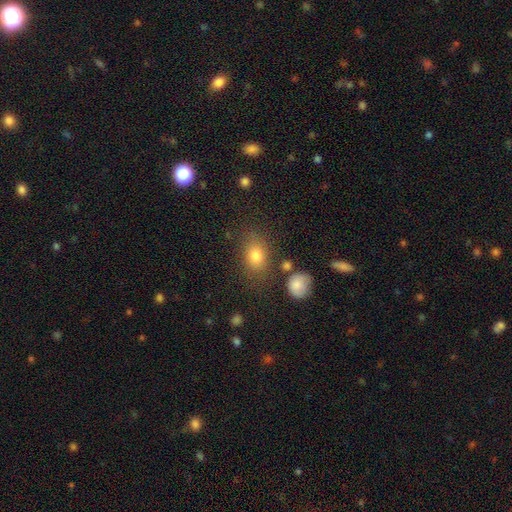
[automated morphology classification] A smooth galaxy with no disk features (78%) that is in between round and cigar-shaped (70%).

Vote fractions:
- Smooth or featured? smooth: 78% / star or artifact: 12% / featured or disk: 10%
- How rounded? in between: 70% / round: 28% / cigar-shaped: 2%
- Merging? none: 73% / minor disturbance: 15% / major disturbance: 6% / merger: 6%